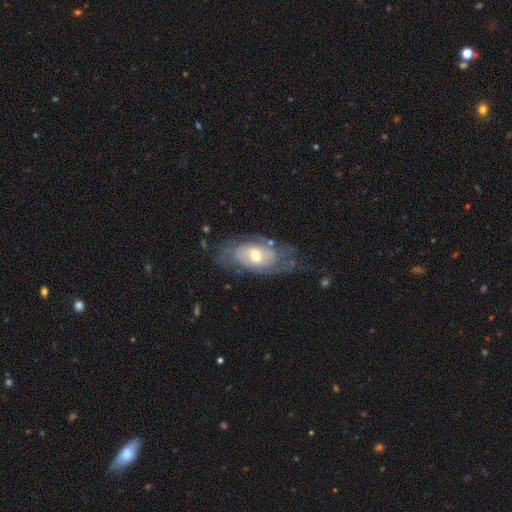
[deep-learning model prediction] featured or disk 65%, smooth 28%, star or artifact 7%. Down the decision tree: edge-on disk — no (91%); bar — no (60%); spiral arms — yes (70%); bulge size — moderate (67%); merging — none (55%).